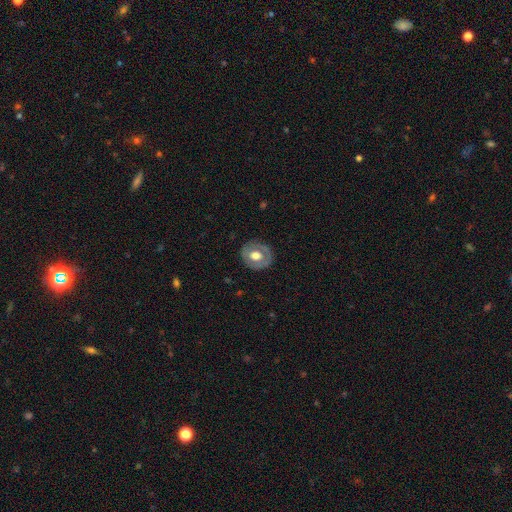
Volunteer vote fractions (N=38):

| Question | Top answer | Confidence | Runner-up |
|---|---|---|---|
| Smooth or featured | featured or disk | 63% | smooth (34%) |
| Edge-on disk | no | 92% | yes (8%) |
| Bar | no | 86% | weak (9%) |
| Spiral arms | no | 86% | yes (14%) |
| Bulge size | moderate | 50% | large (41%) |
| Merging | none | 81% | minor disturbance (11%) |